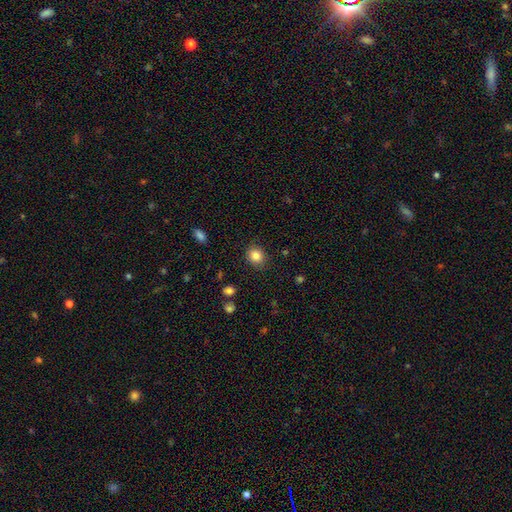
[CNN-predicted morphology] Smooth or featured? Predicted: smooth (p=0.84). How rounded? Predicted: round (p=0.69). Merging? Predicted: none (p=0.85).